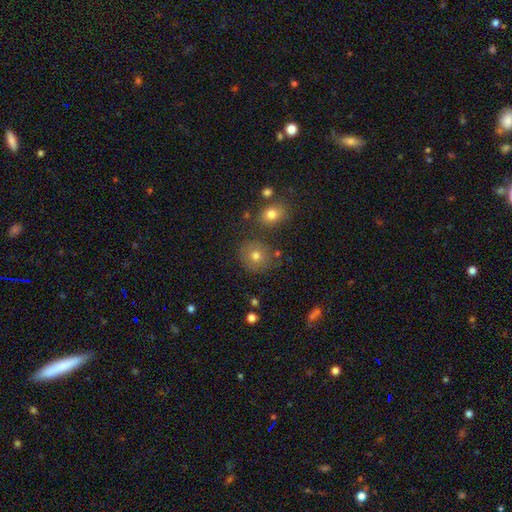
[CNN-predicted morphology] This is likely a smooth galaxy (73%). How rounded: clearly round (85%). Merging: likely none (78%).